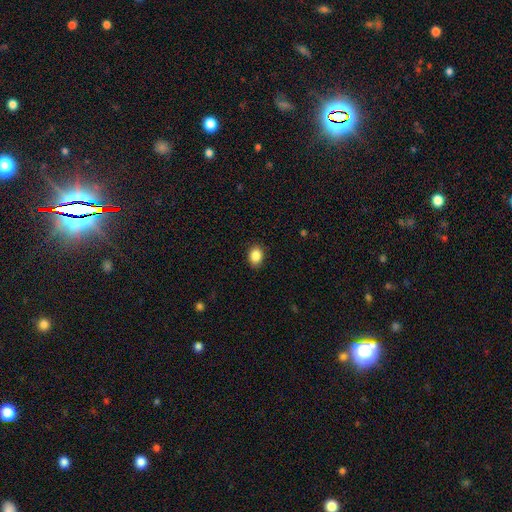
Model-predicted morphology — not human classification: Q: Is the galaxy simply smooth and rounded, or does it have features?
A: smooth — 88%.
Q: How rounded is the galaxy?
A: in between — 71%.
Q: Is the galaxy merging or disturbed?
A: none — 89%.